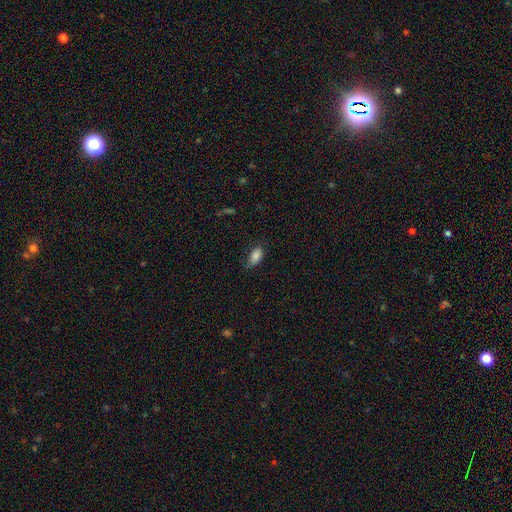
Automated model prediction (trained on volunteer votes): A smooth galaxy with no disk features (85%) that is in between round and cigar-shaped (92%).

Vote fractions:
- Smooth or featured? smooth: 85% / star or artifact: 8% / featured or disk: 7%
- How rounded? in between: 92% / cigar-shaped: 4% / round: 4%
- Merging? none: 72% / minor disturbance: 22% / major disturbance: 5% / merger: 1%